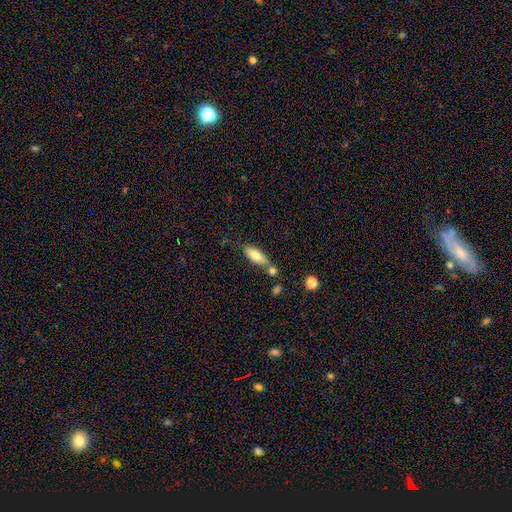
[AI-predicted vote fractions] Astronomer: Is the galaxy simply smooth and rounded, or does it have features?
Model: smooth — 74%.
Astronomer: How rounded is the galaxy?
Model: in between — 68%.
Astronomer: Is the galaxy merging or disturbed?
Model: none — 59%.